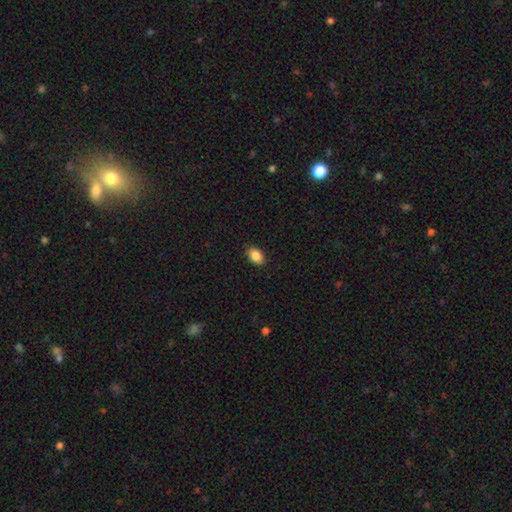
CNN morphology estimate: A smooth galaxy with no disk features (88%) that is in between round and cigar-shaped (86%). Merging: none (88%).